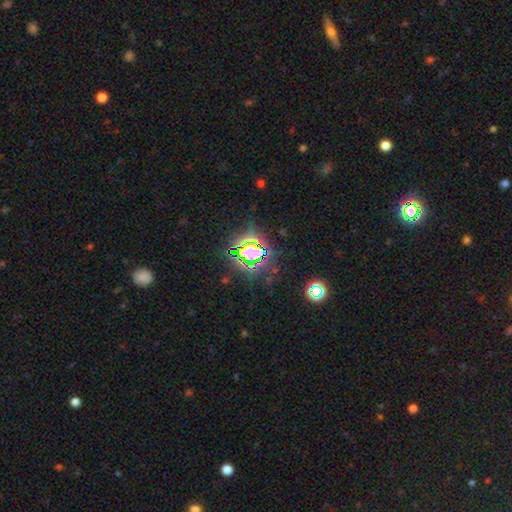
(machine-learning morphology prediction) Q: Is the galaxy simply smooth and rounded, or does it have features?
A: star or artifact — 76%.